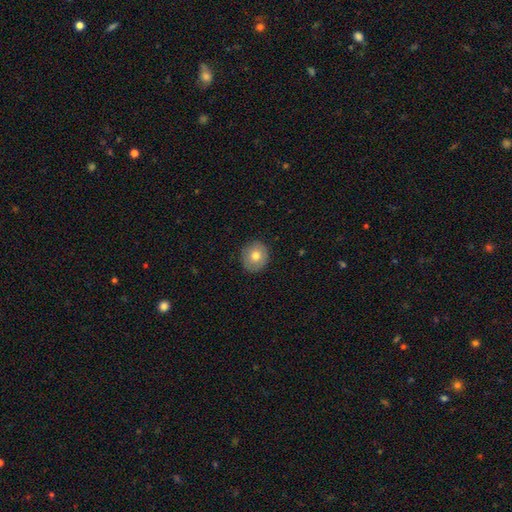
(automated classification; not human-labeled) Overall: smooth (75%). How rounded: round (84%). Merging: none (89%).